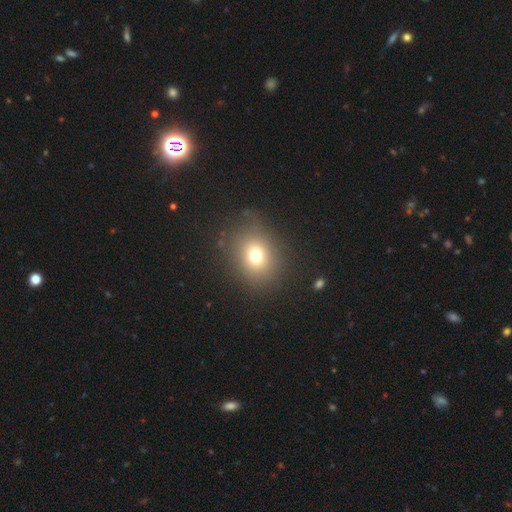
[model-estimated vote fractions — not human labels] Q: Smooth or featured?
A: smooth (72%); runner-up: star or artifact (17%)
Q: How rounded?
A: round (65%); runner-up: in between (34%)
Q: Merging?
A: none (81%); runner-up: minor disturbance (11%)